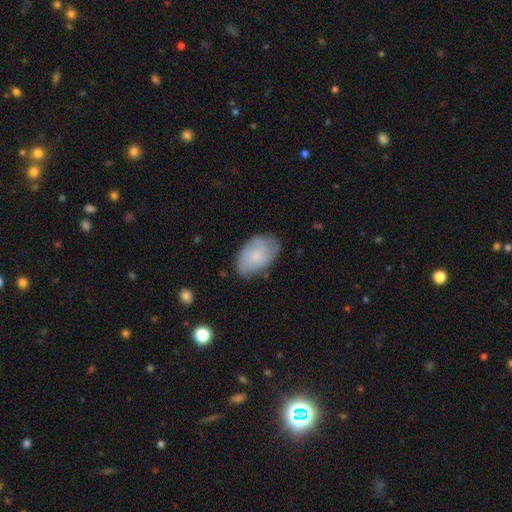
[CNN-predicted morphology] Smooth or featured: smooth — 54% (featured or disk — 39%)
How rounded: in between — 91% (round — 8%)
Merging: none — 68% (minor disturbance — 24%)